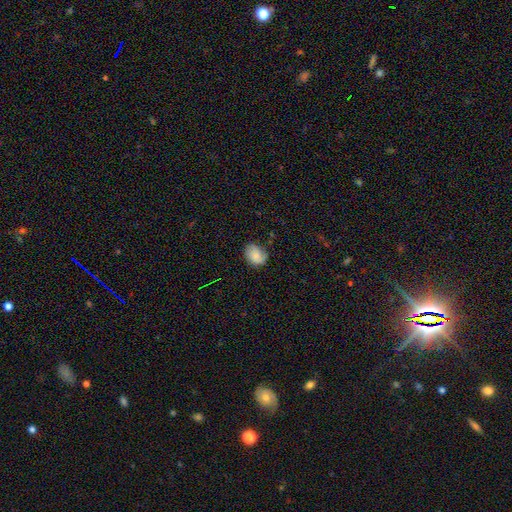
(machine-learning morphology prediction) Overall: smooth (69%). How rounded: in between (58%; round 41%). Merging: none (67%).